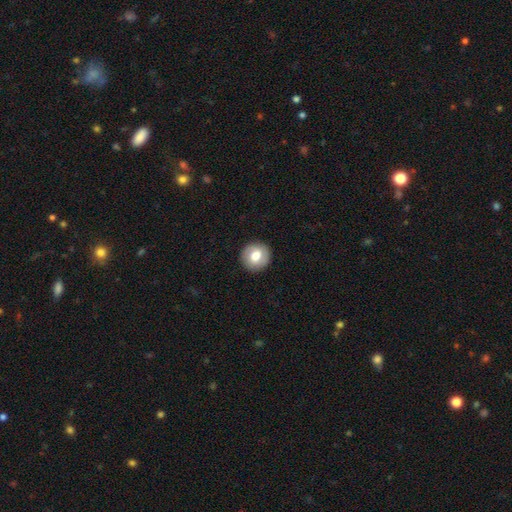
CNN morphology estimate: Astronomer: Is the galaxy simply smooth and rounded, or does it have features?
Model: smooth — 72%.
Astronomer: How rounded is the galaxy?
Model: round — 90%.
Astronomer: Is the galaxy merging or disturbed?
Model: none — 90%.